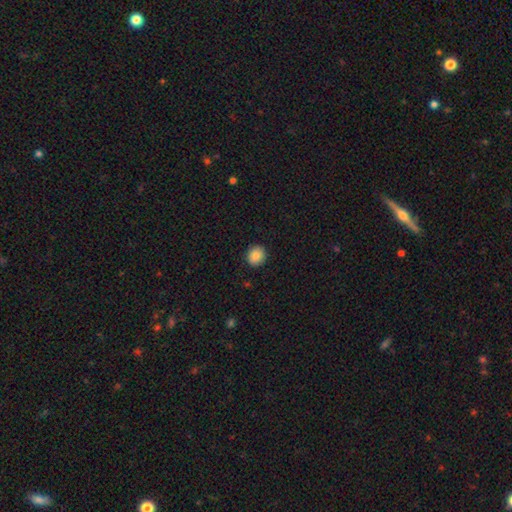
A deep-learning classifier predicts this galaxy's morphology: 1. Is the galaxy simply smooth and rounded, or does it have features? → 87% smooth, 9% star or artifact, 5% featured or disk.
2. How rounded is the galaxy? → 84% round, 15% in between, 1% cigar-shaped.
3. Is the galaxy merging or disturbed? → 90% none, 7% minor disturbance, 2% major disturbance, 1% merger.